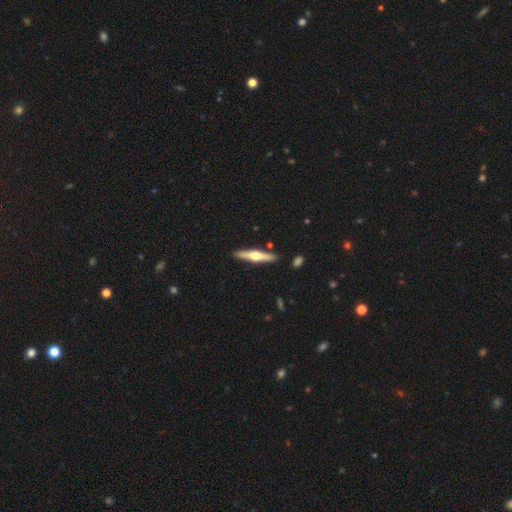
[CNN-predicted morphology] Smooth or featured? Predicted: featured or disk (p=0.60). Edge-on disk? Predicted: yes (p=0.96). Edge-on bulge? Predicted: rounded (p=0.94). Merging? Predicted: none (p=0.89).